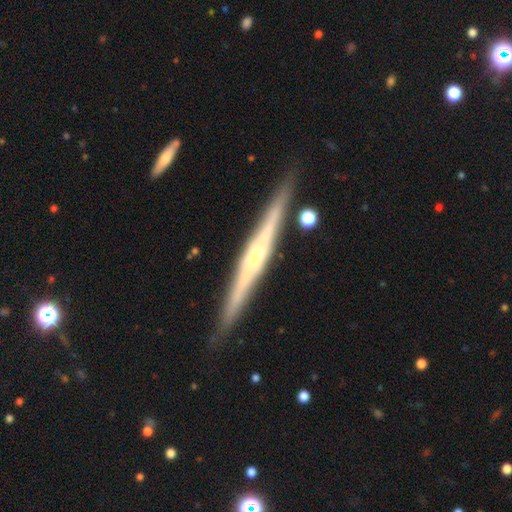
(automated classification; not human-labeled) Smooth or featured: featured or disk — 79% (smooth — 16%)
Edge-on disk: yes — 98% (no — 2%)
Edge-on bulge: rounded — 52% (boxy — 26%)
Merging: none — 88% (minor disturbance — 9%)